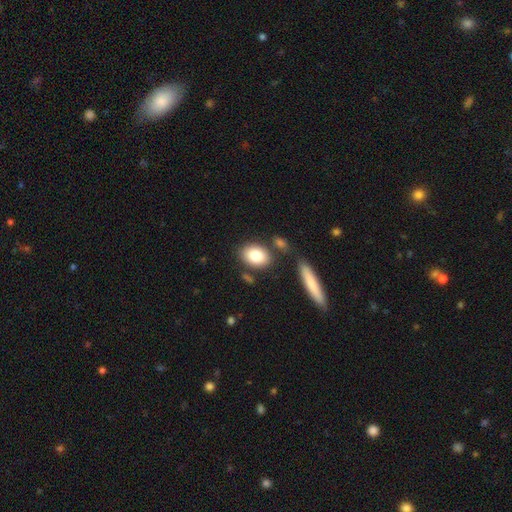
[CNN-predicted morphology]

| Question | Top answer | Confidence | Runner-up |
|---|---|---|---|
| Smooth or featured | smooth | 81% | featured or disk (11%) |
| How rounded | in between | 75% | round (23%) |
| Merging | none | 76% | minor disturbance (11%) |